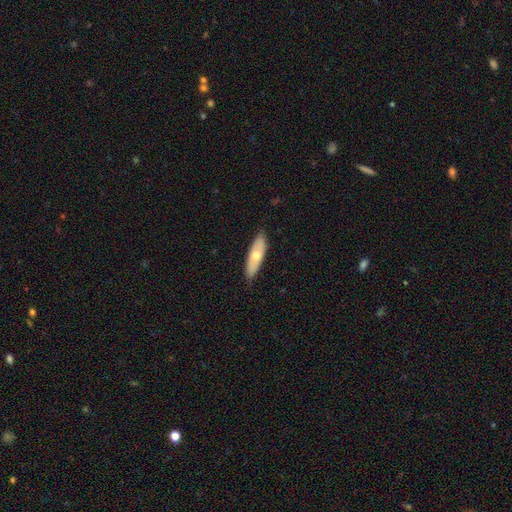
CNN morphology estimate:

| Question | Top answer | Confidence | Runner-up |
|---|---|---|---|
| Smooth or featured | smooth | 59% | featured or disk (36%) |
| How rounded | cigar-shaped | 51% | in between (47%) |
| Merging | none | 86% | minor disturbance (11%) |